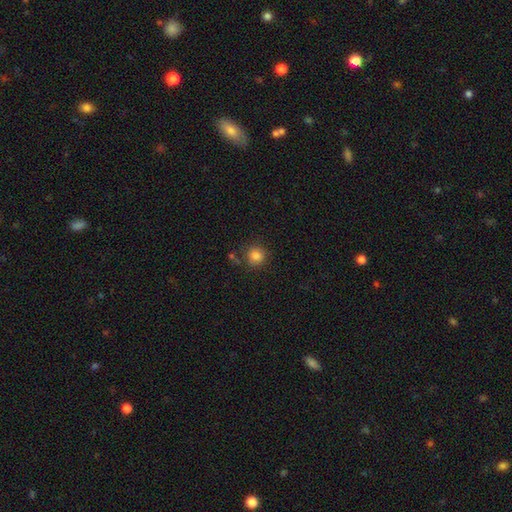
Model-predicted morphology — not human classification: A smooth galaxy with no disk features (83%) that is round (92%). Merging: none (80%).